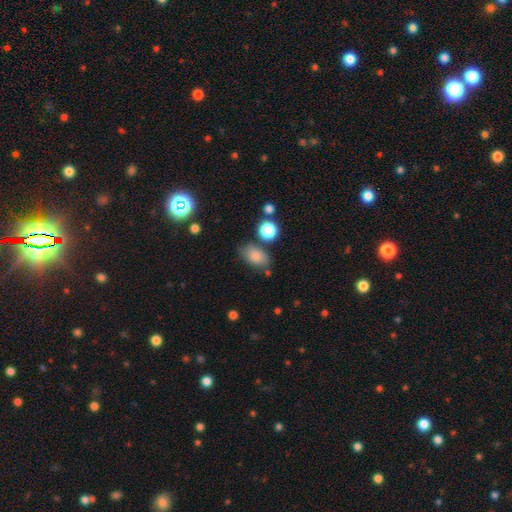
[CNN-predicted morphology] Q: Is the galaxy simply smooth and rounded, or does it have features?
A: smooth — 81%.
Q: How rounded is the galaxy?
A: in between — 87%.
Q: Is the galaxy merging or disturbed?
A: none — 67%.